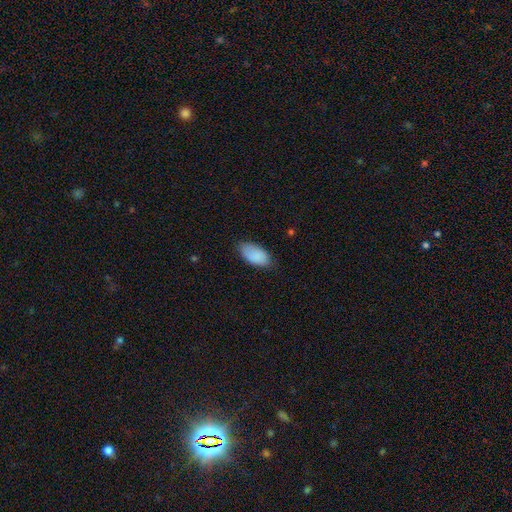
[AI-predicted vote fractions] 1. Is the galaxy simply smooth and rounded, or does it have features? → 88% smooth, 6% star or artifact, 6% featured or disk.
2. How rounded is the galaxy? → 95% in between, 3% cigar-shaped, 2% round.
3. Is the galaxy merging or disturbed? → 76% none, 20% minor disturbance, 3% major disturbance, 1% merger.